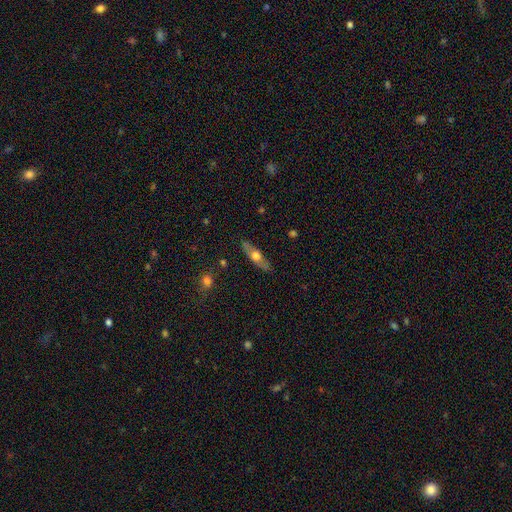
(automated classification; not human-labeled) This is possibly a smooth galaxy (47%, tied with featured or disk). Merging: clearly none (83%).